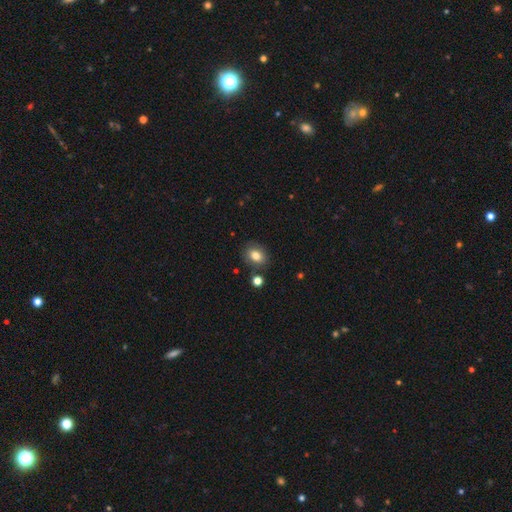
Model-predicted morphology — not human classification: smooth-or-featured: smooth: 82% | star or artifact: 10% | featured or disk: 9%
  how-rounded: in between: 60% | round: 39% | cigar-shaped: 1%
  merging: none: 80% | minor disturbance: 12% | merger: 5% | major disturbance: 3%